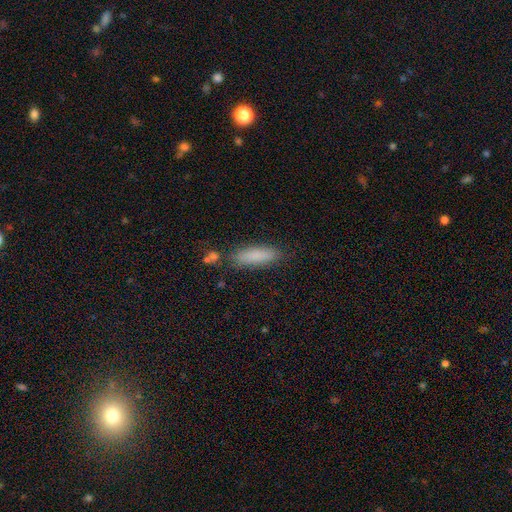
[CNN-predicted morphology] smooth_or_featured: smooth (p=0.84) [alt: featured or disk p=0.09]
how_rounded: cigar-shaped (p=0.62) [alt: in between p=0.36]
merging: none (p=0.81) [alt: minor disturbance p=0.12]